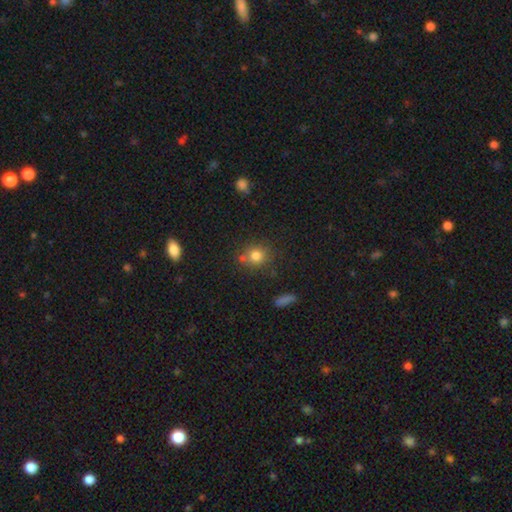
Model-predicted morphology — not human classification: This appears to be a smooth galaxy with no disk features (79%) that is round (78%). Merging: none (71%).